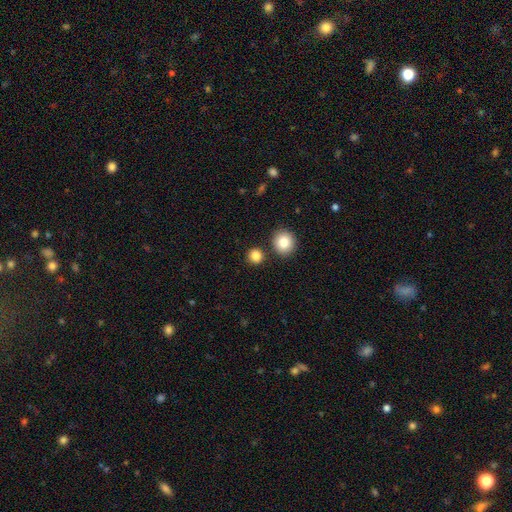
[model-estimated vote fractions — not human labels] The model was most divided on "smooth or featured": smooth: 85%, star or artifact: 11%, featured or disk: 4%. More confident: how rounded — round (90%); merging — none (84%).